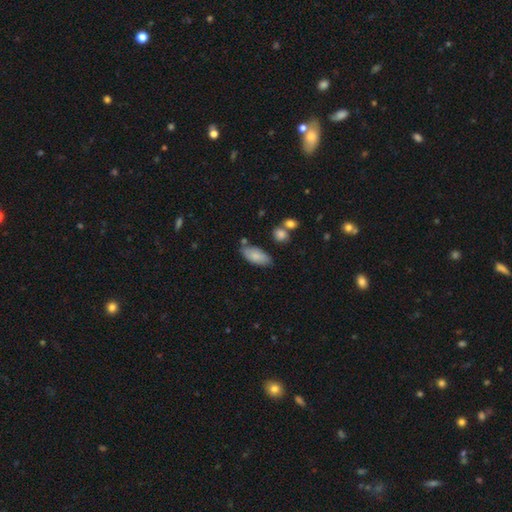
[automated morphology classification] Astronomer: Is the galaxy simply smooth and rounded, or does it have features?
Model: smooth — 82%.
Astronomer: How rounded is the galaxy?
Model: in between — 89%.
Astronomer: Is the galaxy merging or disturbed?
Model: none — 68%.